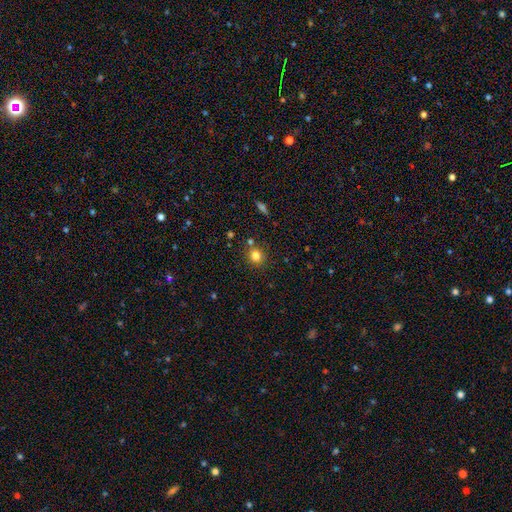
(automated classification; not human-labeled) The model was most divided on "how rounded": round: 82%, in between: 17%, cigar-shaped: 1%. More confident: smooth or featured — smooth (81%); merging — none (79%).